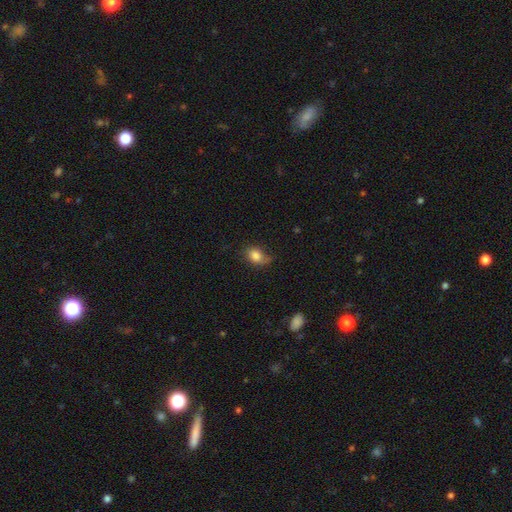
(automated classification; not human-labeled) Overall: smooth (82%). How rounded: in between (66%; round 33%). Merging: none (56%; minor disturbance 32%).